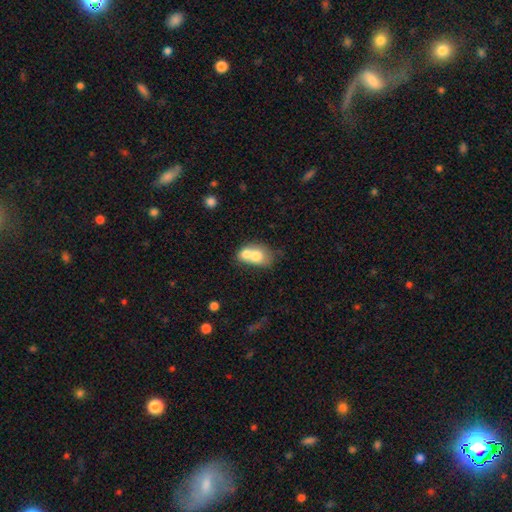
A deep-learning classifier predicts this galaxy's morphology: type=smooth (67%); roundness=in between (62%); merging=merger (71%).